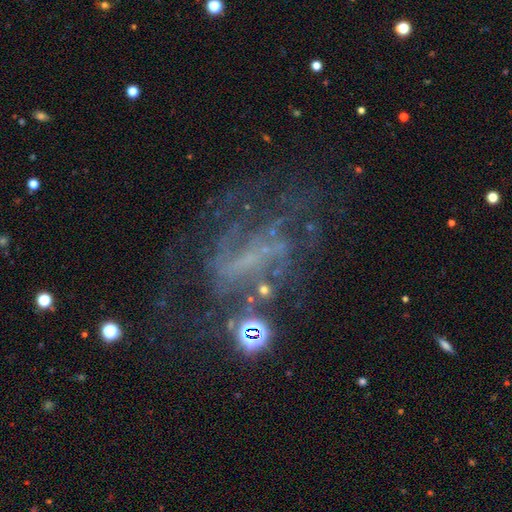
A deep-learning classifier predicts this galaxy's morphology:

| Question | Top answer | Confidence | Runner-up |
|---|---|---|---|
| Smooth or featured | featured or disk | 66% | star or artifact (21%) |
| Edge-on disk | no | 96% | yes (4%) |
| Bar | no | 48% | weak (33%) |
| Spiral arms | yes | 60% | no (40%) |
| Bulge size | none | 59% | small (29%) |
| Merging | none | 43% | major disturbance (34%) |